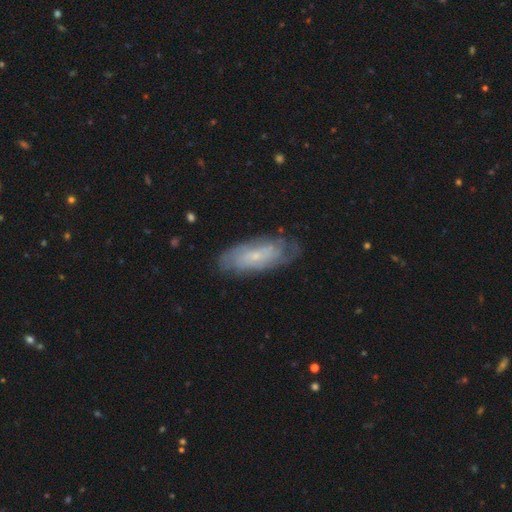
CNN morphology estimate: featured or disk 65%, smooth 28%, star or artifact 7%. Down the decision tree: edge-on disk — no (86%); bar — no (64%); spiral arms — yes (82%); bulge size — small (76%); merging — none (76%).